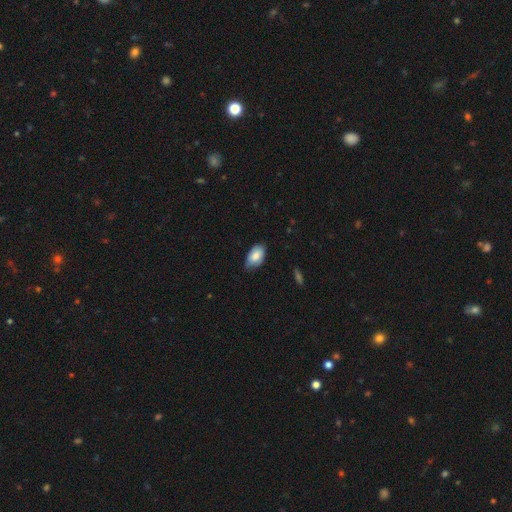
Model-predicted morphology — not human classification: Smooth or featured? Predicted: smooth (p=0.82). How rounded? Predicted: in between (p=0.94). Merging? Predicted: none (p=0.68).